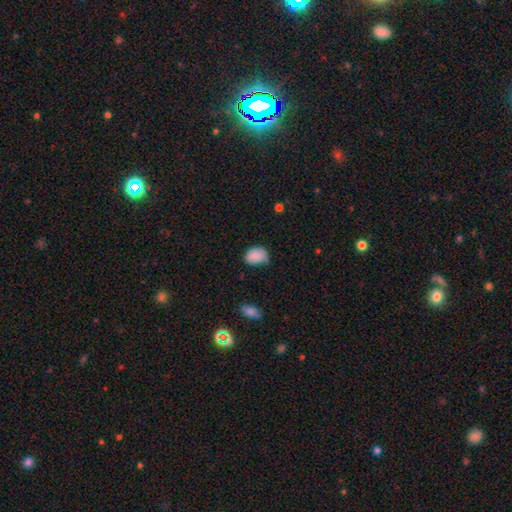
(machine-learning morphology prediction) A smooth galaxy with no disk features (85%) that is in between round and cigar-shaped (72%).

Vote fractions:
- Smooth or featured? smooth: 85% / star or artifact: 8% / featured or disk: 6%
- How rounded? in between: 72% / round: 27% / cigar-shaped: 1%
- Merging? none: 52% / minor disturbance: 36% / major disturbance: 9% / merger: 3%